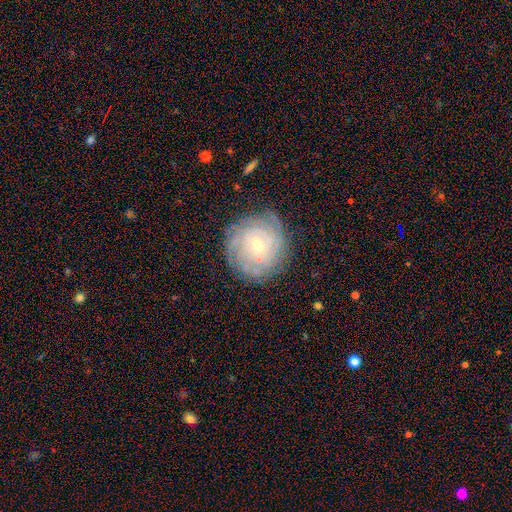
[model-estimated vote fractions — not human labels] smooth-or-featured: featured or disk: 73% | smooth: 16% | star or artifact: 11%
  disk-edge-on: no: 97% | yes: 3%
    bar: no: 64% | weak: 28% | strong: 8%
    has-spiral-arms: yes: 93% | no: 7%
      spiral-winding: tight: 83% | medium: 13% | loose: 4%
      spiral-arm-count: can't tell: 45% | 4: 13% | more than 4: 13% | 3: 11% | 2: 11% | 1: 7%
    bulge-size: small: 60% | moderate: 37% | large: 2% | none: 1% | dominant: 1%
  merging: none: 83% | minor disturbance: 12% | major disturbance: 4% | merger: 1%